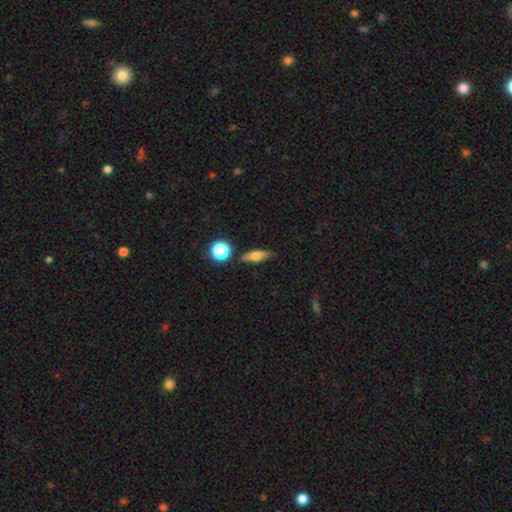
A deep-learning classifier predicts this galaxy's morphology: A smooth galaxy with no disk features (63%) that is in between round and cigar-shaped (46%).

Vote fractions:
- Smooth or featured? smooth: 63% / featured or disk: 27% / star or artifact: 10%
- How rounded? in between: 46% / cigar-shaped: 45% / round: 9%
- Merging? none: 80% / minor disturbance: 13% / merger: 4% / major disturbance: 3%